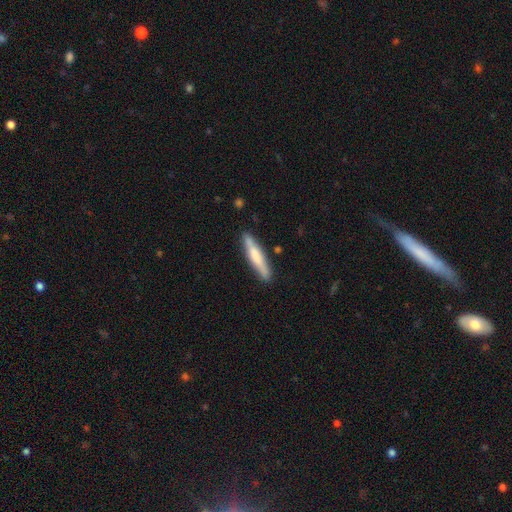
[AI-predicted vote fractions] smooth 61%, featured or disk 34%, star or artifact 5%. Down the decision tree: how rounded — cigar-shaped (90%); merging — none (84%).